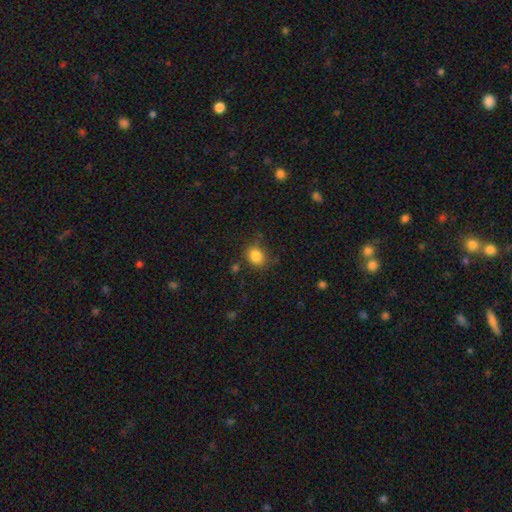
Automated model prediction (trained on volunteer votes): Morphology: type=smooth (84%); roundness=round (60%); merging=none (76%).